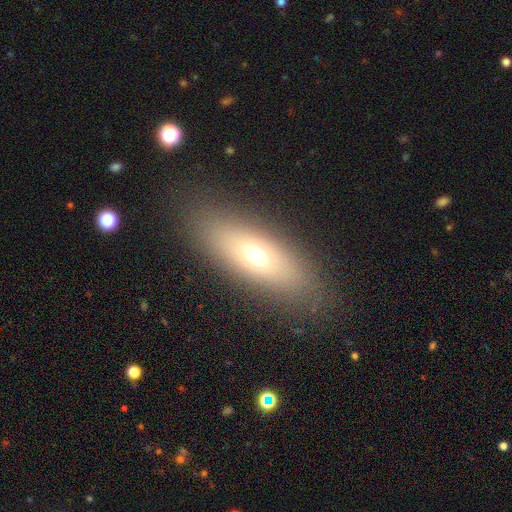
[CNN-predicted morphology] Smooth or featured?
  - smooth: 62% *
  - featured or disk: 27%
  - star or artifact: 12%
How rounded?
  - in between: 65% *
  - cigar-shaped: 31%
  - round: 4%
Merging?
  - none: 84% *
  - minor disturbance: 10%
  - major disturbance: 5%
  - merger: 1%